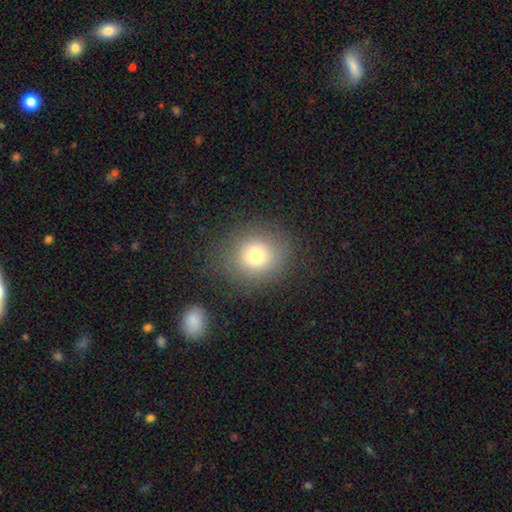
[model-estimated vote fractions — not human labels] A smooth galaxy with no disk features (74%) that is round (82%).

Vote fractions:
- Smooth or featured? smooth: 74% / star or artifact: 14% / featured or disk: 12%
- How rounded? round: 82% / in between: 17% / cigar-shaped: 1%
- Merging? none: 82% / minor disturbance: 11% / major disturbance: 5% / merger: 2%